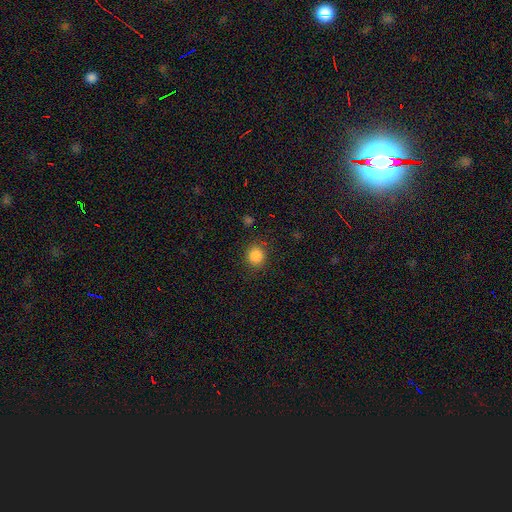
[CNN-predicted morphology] smooth_or_featured: smooth (p=0.86) [alt: star or artifact p=0.11]
how_rounded: round (p=0.85) [alt: in between p=0.14]
merging: none (p=0.86) [alt: minor disturbance p=0.09]